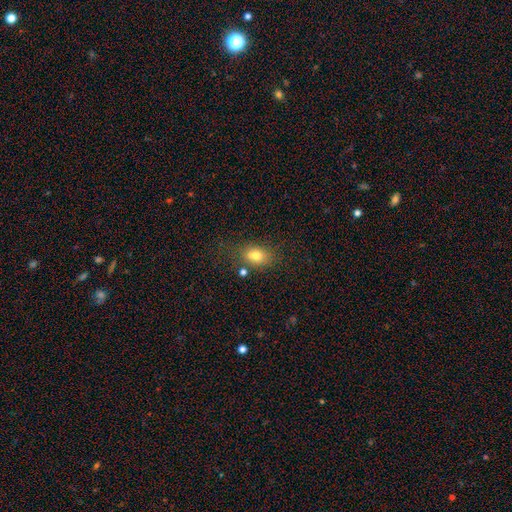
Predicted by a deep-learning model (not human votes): Morphology: type=smooth (72%); roundness=in between (65%); merging=none (60%).